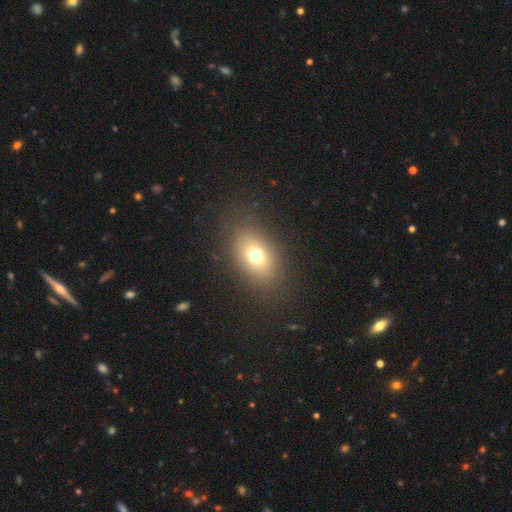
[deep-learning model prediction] Smooth or featured? Predicted: smooth (p=0.71). How rounded? Predicted: in between (p=0.74). Merging? Predicted: none (p=0.84).